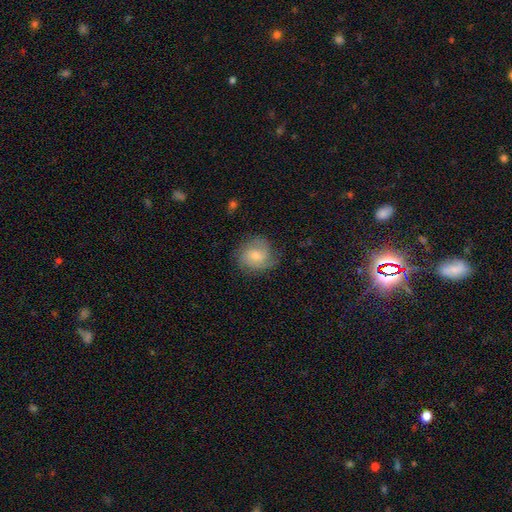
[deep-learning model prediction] This appears to be a featured or disk galaxy (47%). Merging: none (70%).